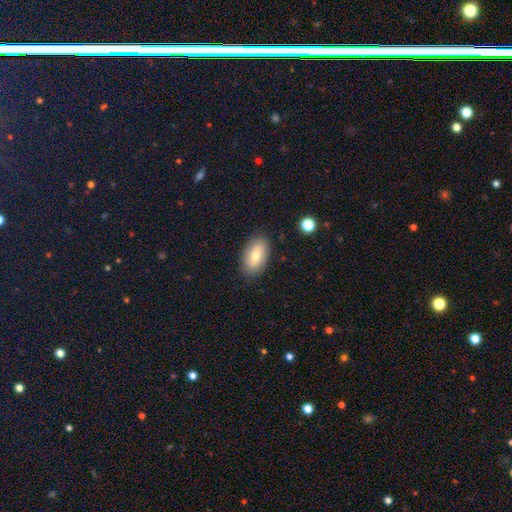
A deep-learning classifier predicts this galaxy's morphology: This is likely a smooth galaxy (70%). How rounded: clearly in between (92%). Merging: clearly none (85%).